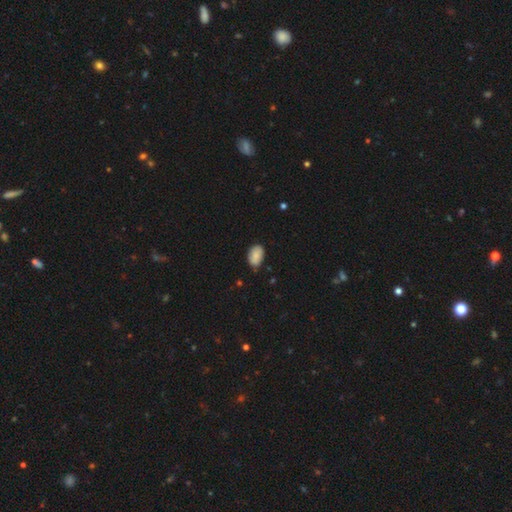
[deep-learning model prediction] The model was most divided on "merging": none: 74%, minor disturbance: 21%, major disturbance: 3%, merger: 2%. More confident: how rounded — in between (88%); smooth or featured — smooth (84%).